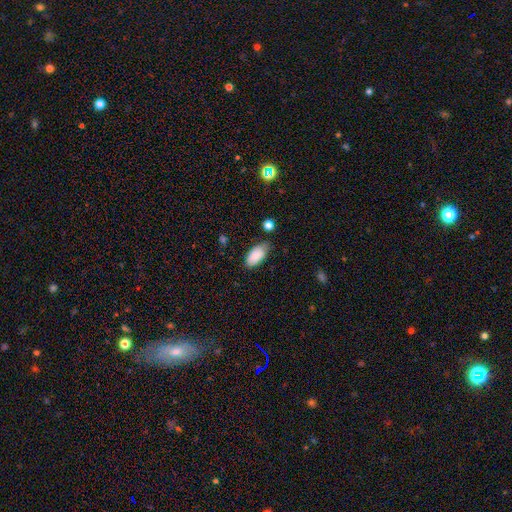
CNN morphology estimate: Smooth or featured: smooth — 86% (featured or disk — 7%)
How rounded: in between — 93% (cigar-shaped — 4%)
Merging: none — 65% (minor disturbance — 27%)